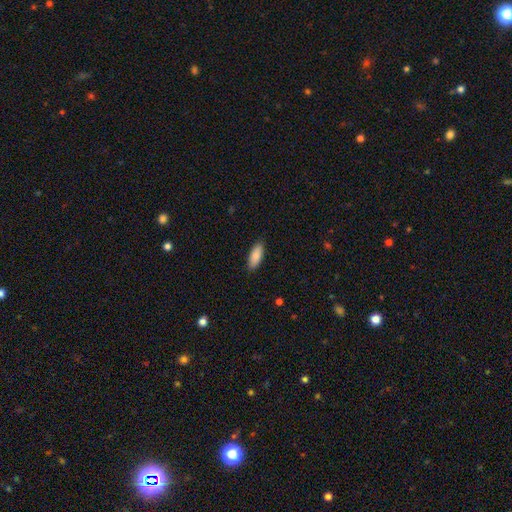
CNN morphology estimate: type=smooth (87%); roundness=in between (78%); merging=none (88%).